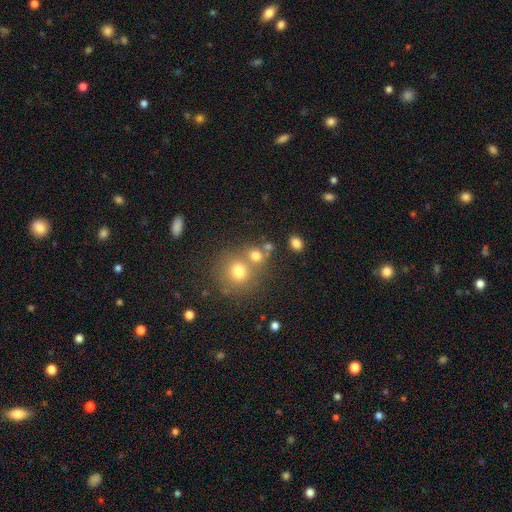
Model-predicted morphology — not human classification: type=smooth (72%); roundness=round (79%); merging=none (51%).